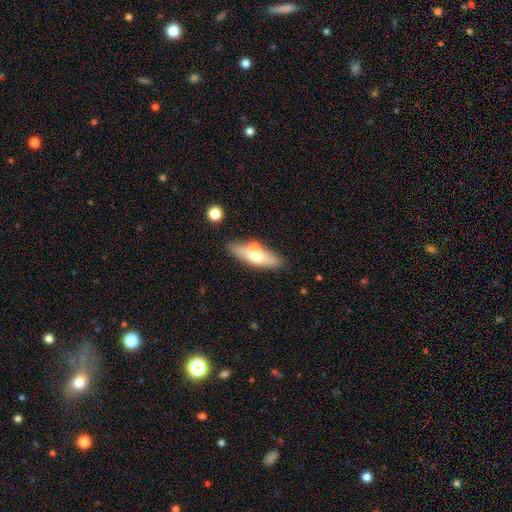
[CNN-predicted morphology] Smooth or featured? Predicted: smooth (p=0.56). How rounded? Predicted: in between (p=0.50). Merging? Predicted: none (p=0.68).